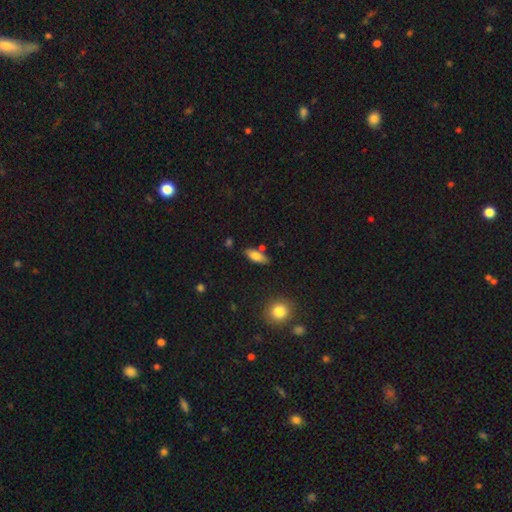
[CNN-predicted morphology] This is likely a smooth galaxy (77%). How rounded: likely in between (74%). Merging: likely none (75%).